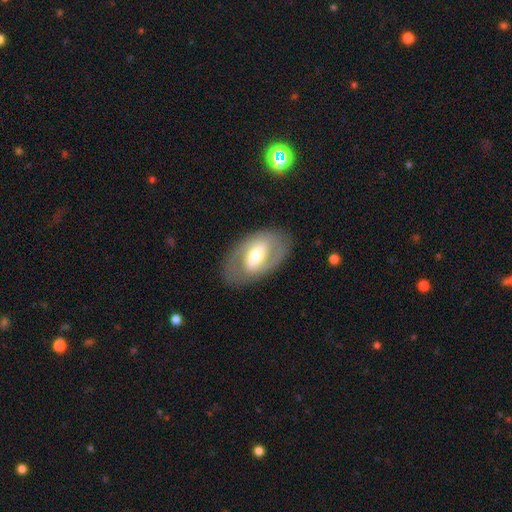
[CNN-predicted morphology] Smooth or featured? featured or disk (70%)
Edge-on disk? no (93%)
Bar? weak (40%)
Spiral arms? yes (67%)
Bulge size? moderate (61%)
Merging? none (82%)